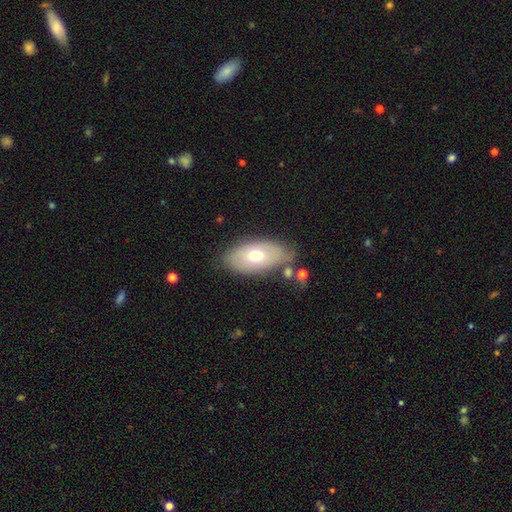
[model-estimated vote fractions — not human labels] smooth 60%, featured or disk 32%, star or artifact 8%. Down the decision tree: how rounded — in between (91%); merging — none (72%).